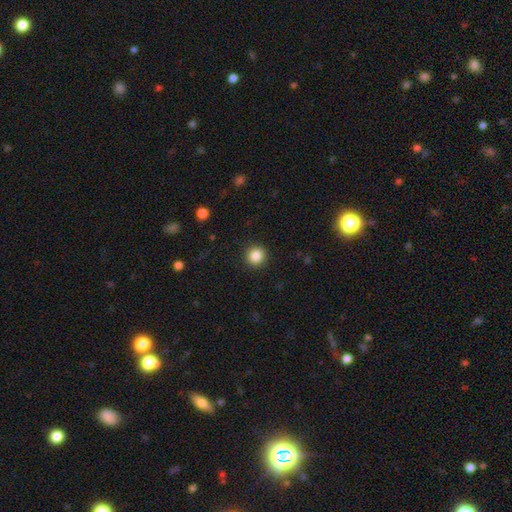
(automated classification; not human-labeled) Morphology: type=smooth (86%); roundness=round (94%); merging=none (92%).